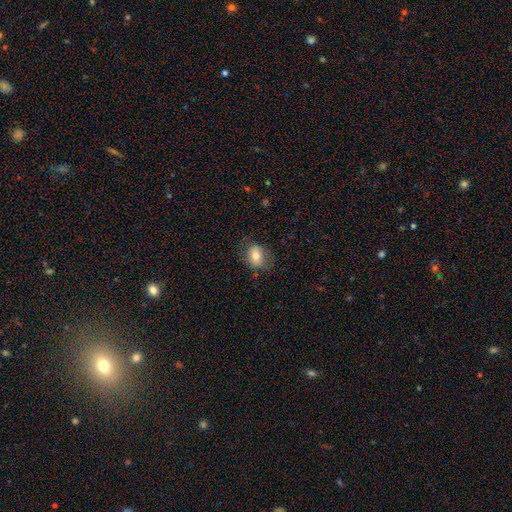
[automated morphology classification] Smooth or featured?
  - smooth: 74% *
  - featured or disk: 18%
  - star or artifact: 9%
How rounded?
  - in between: 57% *
  - round: 42%
  - cigar-shaped: 1%
Merging?
  - none: 73% *
  - minor disturbance: 19%
  - major disturbance: 7%
  - merger: 1%